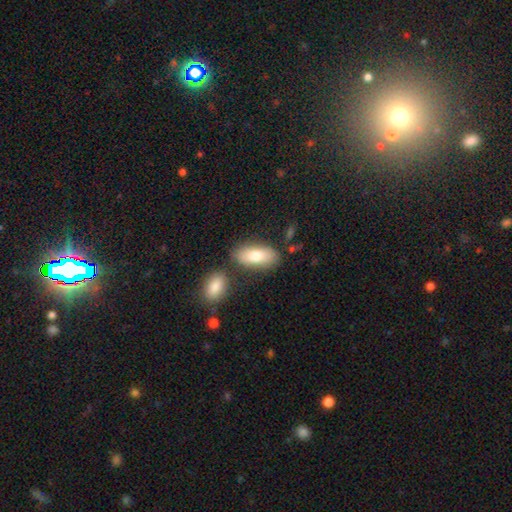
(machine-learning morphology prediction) Smooth or featured: smooth — 78% (featured or disk — 16%)
How rounded: in between — 88% (cigar-shaped — 9%)
Merging: none — 70% (minor disturbance — 13%)